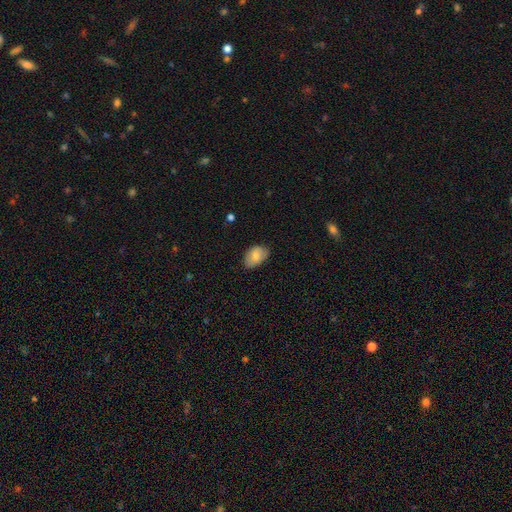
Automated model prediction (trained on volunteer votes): This is likely a smooth galaxy (78%). How rounded: clearly in between (89%). Merging: likely none (72%).